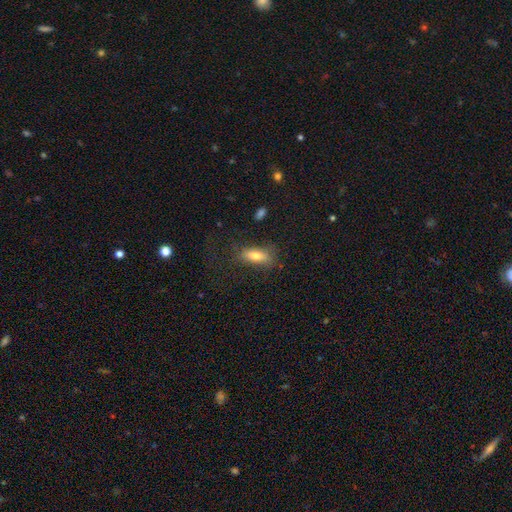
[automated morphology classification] smooth 74%, featured or disk 17%, star or artifact 9%. Down the decision tree: how rounded — in between (76%); merging — none (69%).